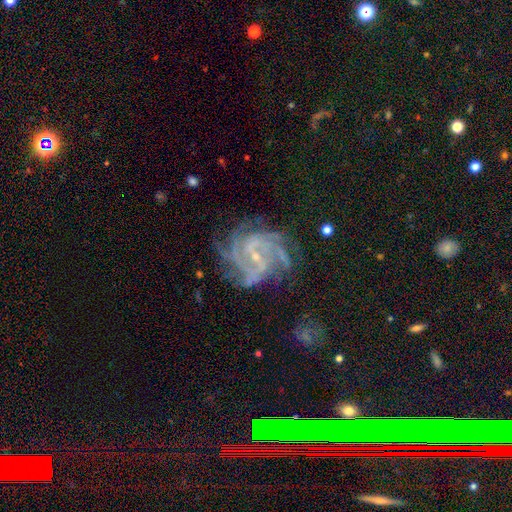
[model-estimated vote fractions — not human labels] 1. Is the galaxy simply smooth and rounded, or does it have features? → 88% featured or disk, 8% star or artifact, 4% smooth.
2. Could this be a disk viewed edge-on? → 98% no, 2% yes.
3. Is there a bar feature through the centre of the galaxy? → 43% no, 41% weak, 16% strong.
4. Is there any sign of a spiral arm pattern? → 98% yes, 2% no.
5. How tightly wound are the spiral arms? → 59% tight, 35% medium, 6% loose.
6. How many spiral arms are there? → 35% 4, 20% 3, 15% can't tell, 12% more than 4, 10% 2, 7% 1.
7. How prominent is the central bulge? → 78% small, 16% moderate, 4% none, 1% large, 1% dominant.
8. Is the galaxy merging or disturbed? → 71% none, 17% minor disturbance, 10% major disturbance, 2% merger.